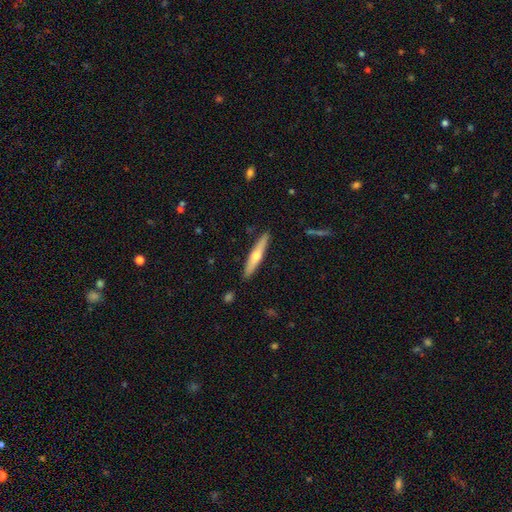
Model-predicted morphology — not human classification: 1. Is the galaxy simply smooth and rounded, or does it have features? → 50% featured or disk, 45% smooth, 5% star or artifact.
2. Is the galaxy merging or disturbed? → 89% none, 8% minor disturbance, 2% major disturbance, 1% merger.